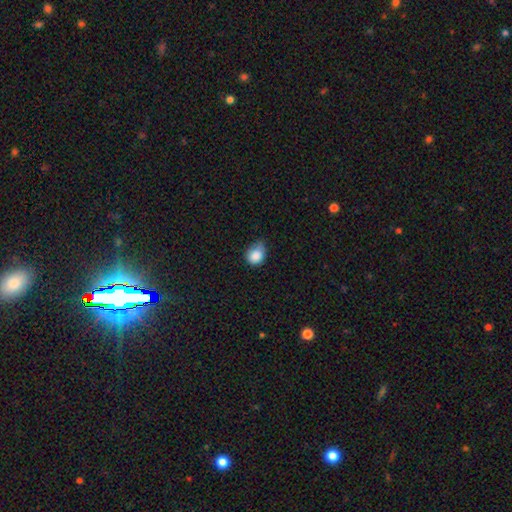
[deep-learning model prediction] Q: Smooth or featured?
A: smooth (85%); runner-up: star or artifact (9%)
Q: How rounded?
A: round (61%); runner-up: in between (38%)
Q: Merging?
A: minor disturbance (52%); runner-up: none (34%)